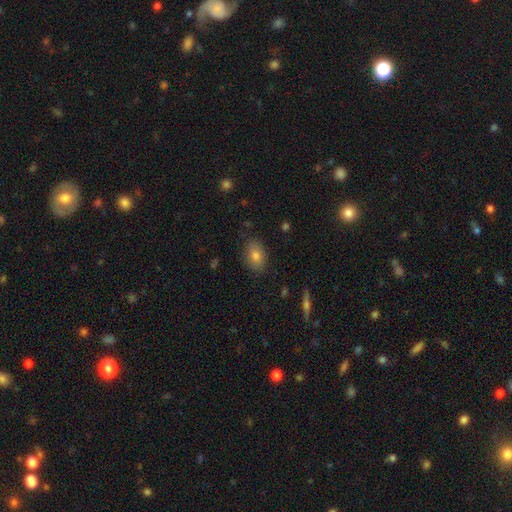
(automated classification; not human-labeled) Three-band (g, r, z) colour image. It shows a smooth galaxy with no disk features (79%) that is in between round and cigar-shaped (80%). Merging: none (84%).